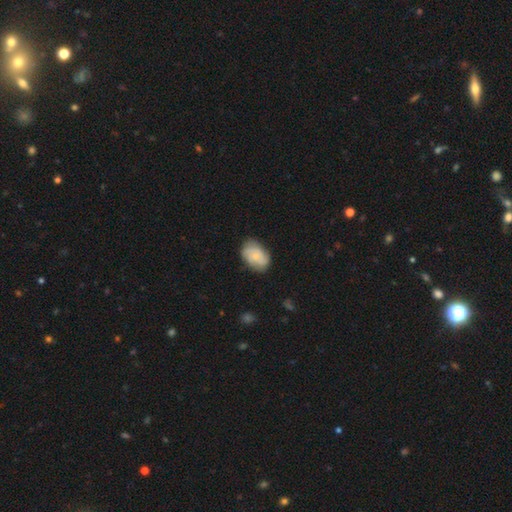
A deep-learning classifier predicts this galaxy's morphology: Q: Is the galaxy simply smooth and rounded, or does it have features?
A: smooth — 47%.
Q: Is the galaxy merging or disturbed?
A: none — 72%.